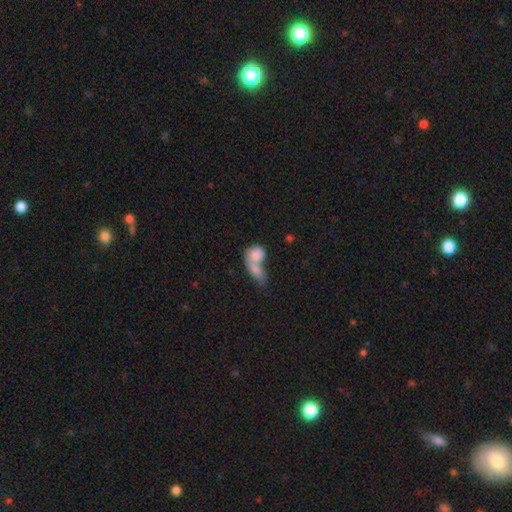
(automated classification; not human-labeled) Smooth or featured?
  - smooth: 80% *
  - featured or disk: 14%
  - star or artifact: 7%
How rounded?
  - in between: 51% *
  - round: 45%
  - cigar-shaped: 4%
Merging?
  - merger: 72% *
  - none: 16%
  - major disturbance: 6%
  - minor disturbance: 6%